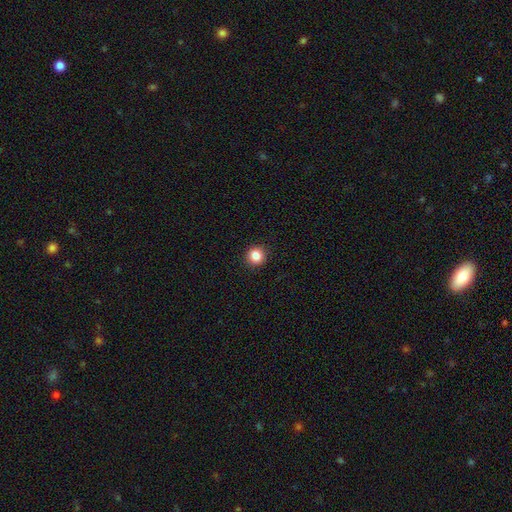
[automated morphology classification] The model was most divided on "smooth or featured": smooth: 85%, star or artifact: 11%, featured or disk: 4%. More confident: how rounded — round (93%); merging — none (92%).